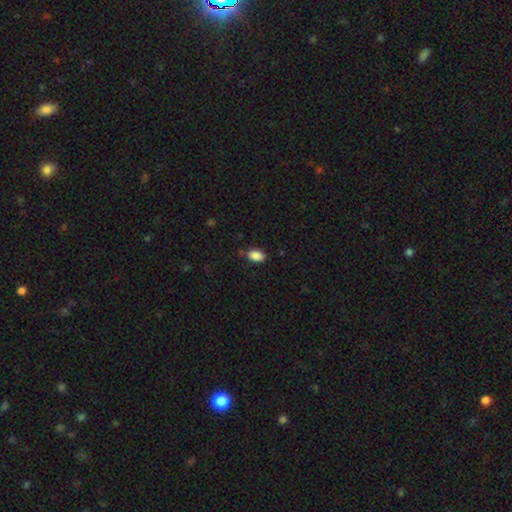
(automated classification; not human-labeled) smooth 88%, star or artifact 9%, featured or disk 4%. Down the decision tree: how rounded — in between (88%); merging — none (77%).